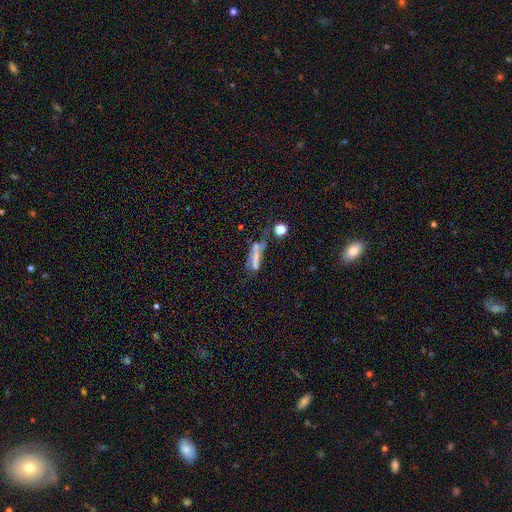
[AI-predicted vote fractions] Smooth or featured: smooth — 47% (featured or disk — 30%)
Merging: none — 42% (major disturbance — 21%)